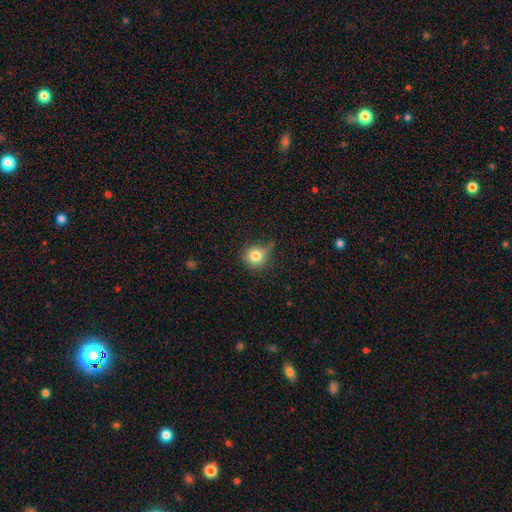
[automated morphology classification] Smooth or featured? Predicted: smooth (p=0.79). How rounded? Predicted: round (p=0.90). Merging? Predicted: none (p=0.58).